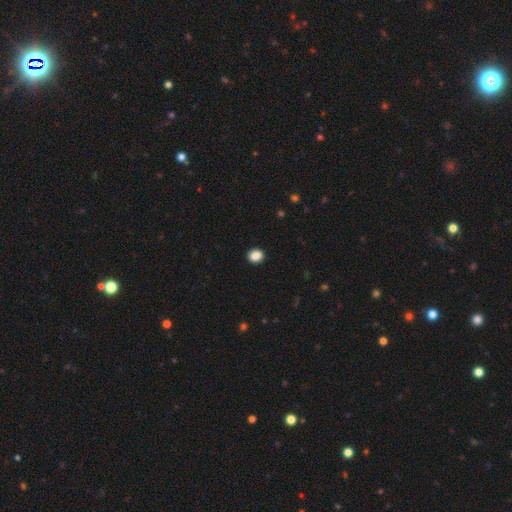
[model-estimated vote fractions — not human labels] Smooth or featured?
  - smooth: 88% *
  - star or artifact: 9%
  - featured or disk: 3%
How rounded?
  - round: 67% *
  - in between: 32%
  - cigar-shaped: 1%
Merging?
  - none: 91% *
  - minor disturbance: 6%
  - major disturbance: 2%
  - merger: 1%